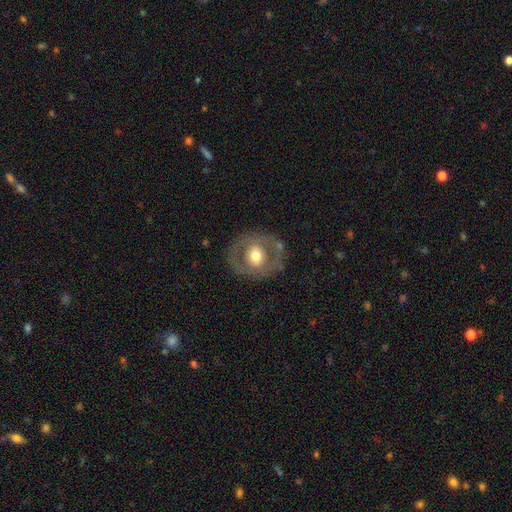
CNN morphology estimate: The model was most divided on "smooth or featured": featured or disk: 51%, smooth: 43%, star or artifact: 6%. More confident: edge-on disk — no (94%); merging — none (76%).